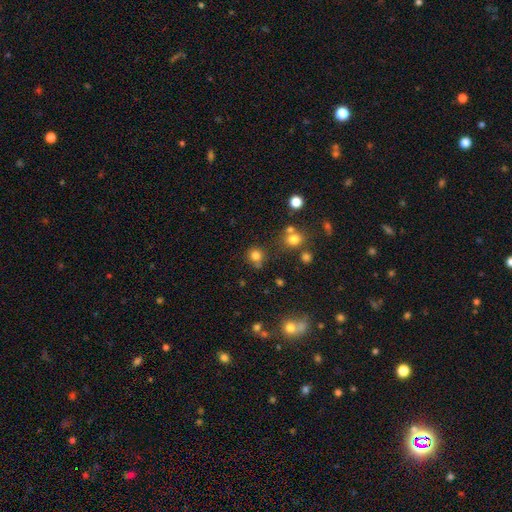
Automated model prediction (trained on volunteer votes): Q: Smooth or featured?
A: smooth (79%); runner-up: star or artifact (15%)
Q: How rounded?
A: round (86%); runner-up: in between (13%)
Q: Merging?
A: none (70%); runner-up: minor disturbance (14%)